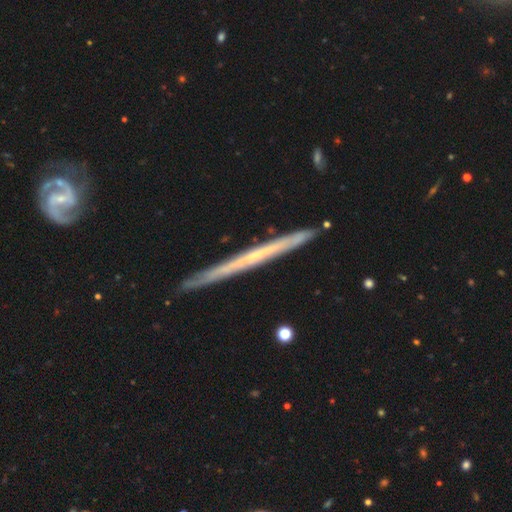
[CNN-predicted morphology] featured or disk 68%, smooth 26%, star or artifact 6%. Down the decision tree: edge-on disk — yes (96%); edge-on bulge — none (84%); merging — none (89%).